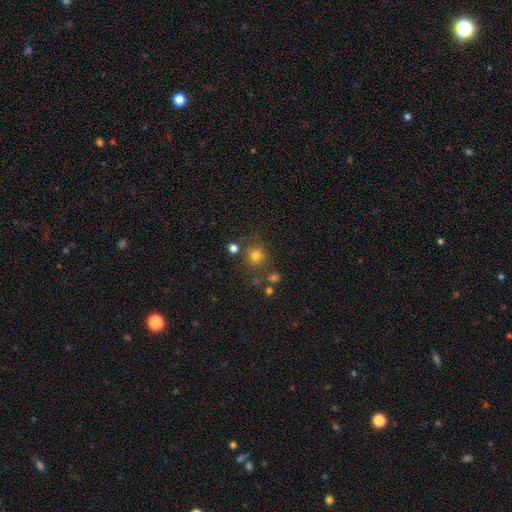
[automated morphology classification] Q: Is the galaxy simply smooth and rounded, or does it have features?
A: smooth — 75%.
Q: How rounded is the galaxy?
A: round — 88%.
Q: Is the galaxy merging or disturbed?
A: none — 70%.